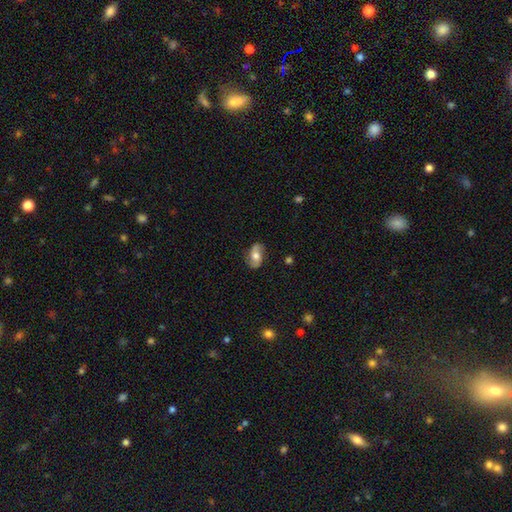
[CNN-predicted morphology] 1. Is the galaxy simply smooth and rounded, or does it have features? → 51% featured or disk, 41% smooth, 8% star or artifact.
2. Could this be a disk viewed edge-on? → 93% no, 7% yes.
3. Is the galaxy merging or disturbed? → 78% none, 16% minor disturbance, 5% major disturbance, 1% merger.